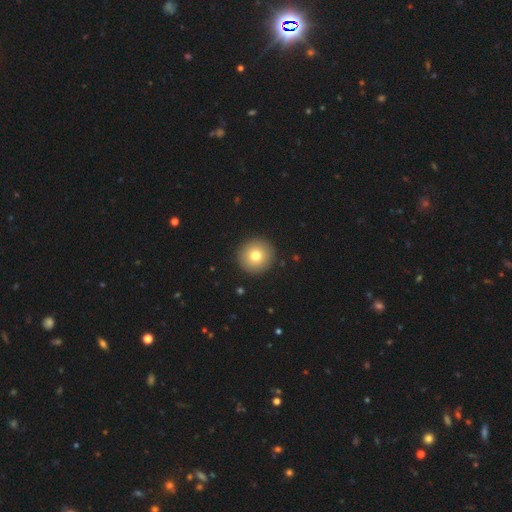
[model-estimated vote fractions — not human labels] Smooth or featured?
  - smooth: 76% *
  - featured or disk: 14%
  - star or artifact: 10%
How rounded?
  - round: 96% *
  - in between: 3%
  - cigar-shaped: 1%
Merging?
  - none: 93% *
  - minor disturbance: 4%
  - major disturbance: 2%
  - merger: 1%